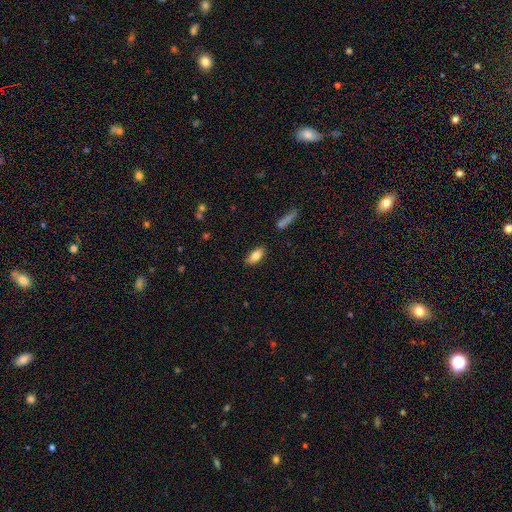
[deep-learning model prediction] Smooth or featured? Predicted: smooth (p=0.81). How rounded? Predicted: in between (p=0.87). Merging? Predicted: none (p=0.84).